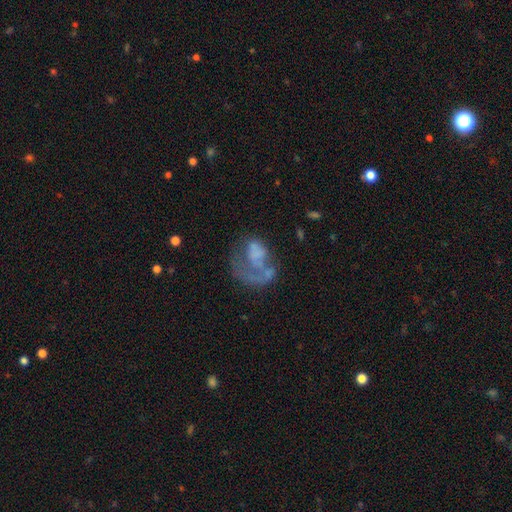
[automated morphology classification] smooth_or_featured: featured or disk (p=0.57) [alt: smooth p=0.31]
disk_edge_on: no (p=0.98) [alt: yes p=0.02]
bar: no (p=0.85) [alt: weak p=0.12]
has_spiral_arms: no (p=0.58) [alt: yes p=0.42]
bulge_size: none (p=0.70) [alt: small p=0.11]
merging: major disturbance (p=0.48) [alt: none p=0.27]